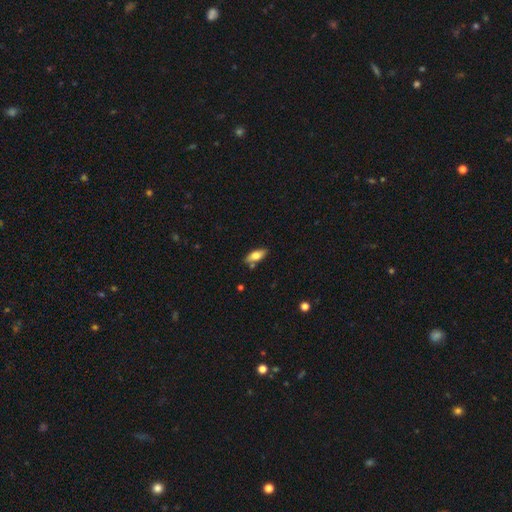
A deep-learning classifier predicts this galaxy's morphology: Smooth or featured?
  - smooth: 69% *
  - featured or disk: 24%
  - star or artifact: 7%
How rounded?
  - in between: 79% *
  - cigar-shaped: 18%
  - round: 3%
Merging?
  - none: 78% *
  - minor disturbance: 14%
  - merger: 6%
  - major disturbance: 3%